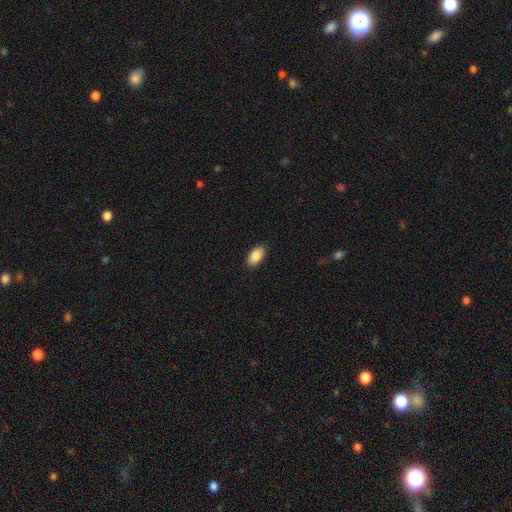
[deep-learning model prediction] smooth 88%, star or artifact 7%, featured or disk 6%. Down the decision tree: how rounded — in between (94%); merging — none (89%).